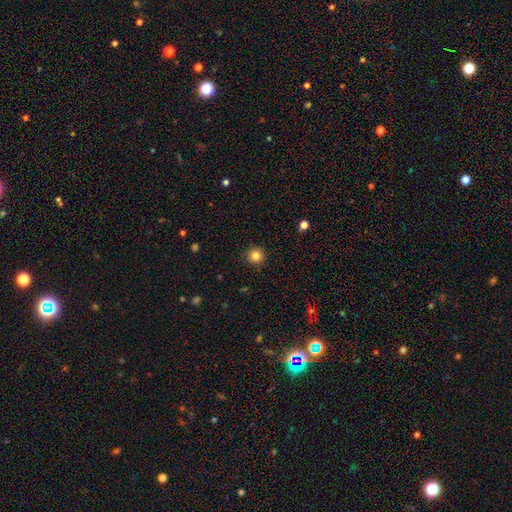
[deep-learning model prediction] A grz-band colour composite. It shows a smooth galaxy with no disk features (83%) that is round (95%). Merging: none (92%).